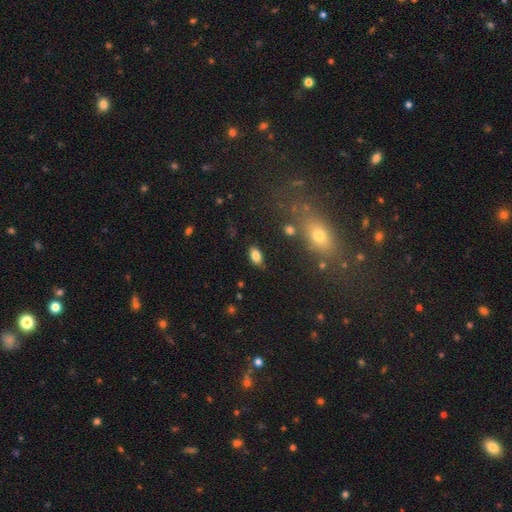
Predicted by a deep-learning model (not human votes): Smooth or featured?
  - smooth: 82% *
  - star or artifact: 9%
  - featured or disk: 9%
How rounded?
  - in between: 91% *
  - round: 6%
  - cigar-shaped: 3%
Merging?
  - none: 84% *
  - minor disturbance: 11%
  - major disturbance: 3%
  - merger: 2%